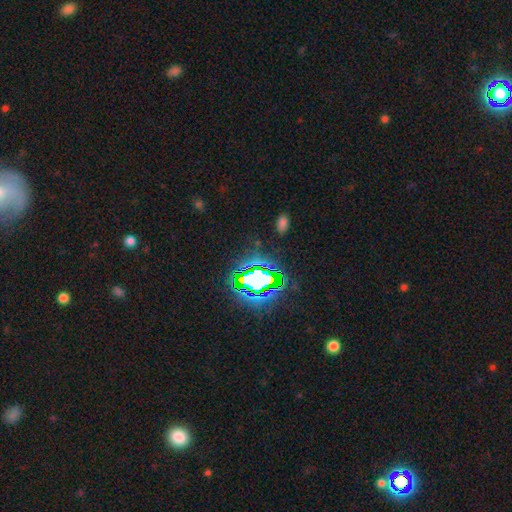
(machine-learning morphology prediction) Smooth or featured? star or artifact (77%)